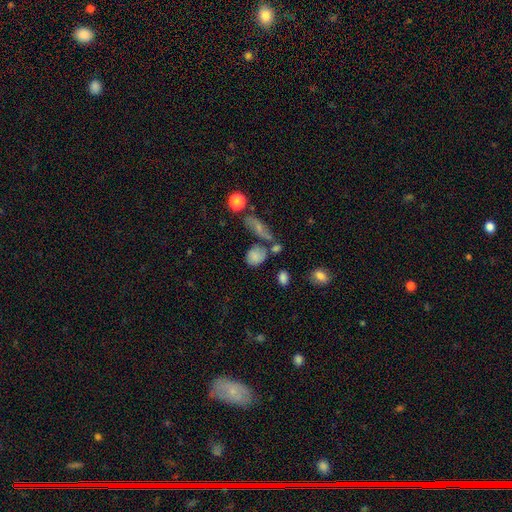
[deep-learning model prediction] This appears to be a smooth galaxy with no disk features (75%) that is in between round and cigar-shaped (52%). Merging: none (49%).